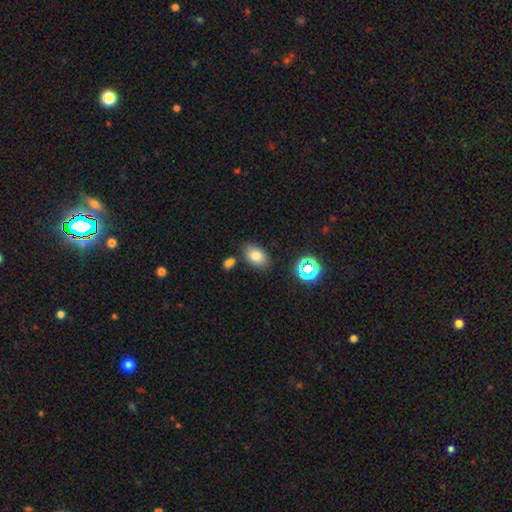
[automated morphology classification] A smooth galaxy with no disk features (79%) that is in between round and cigar-shaped (85%).

Vote fractions:
- Smooth or featured? smooth: 79% / star or artifact: 12% / featured or disk: 9%
- How rounded? in between: 85% / round: 13% / cigar-shaped: 1%
- Merging? none: 79% / minor disturbance: 12% / merger: 6% / major disturbance: 3%